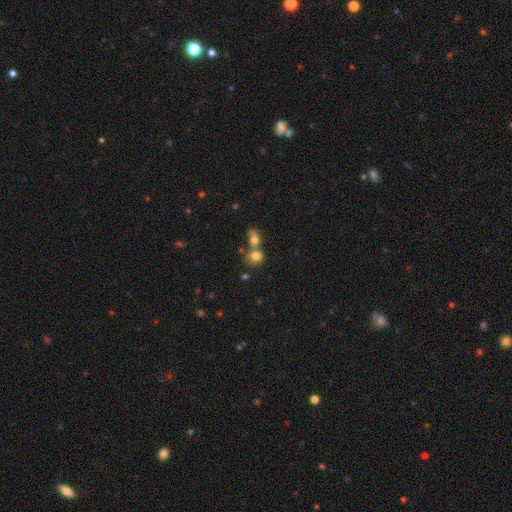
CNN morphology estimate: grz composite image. It shows a smooth galaxy with no disk features (77%) that is round (69%). Merging: merger (53%).